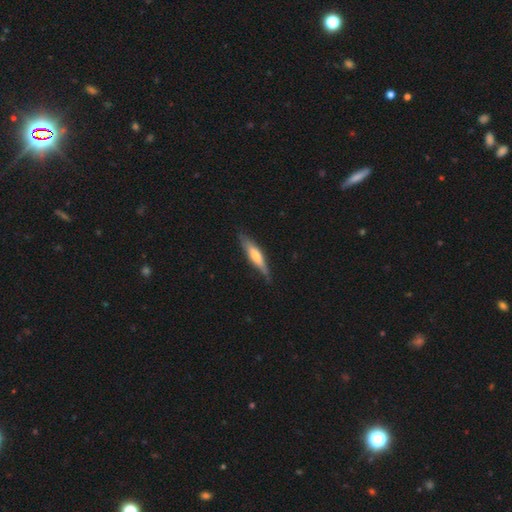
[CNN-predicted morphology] type=smooth (52%); roundness=cigar-shaped (82%); merging=none (80%).